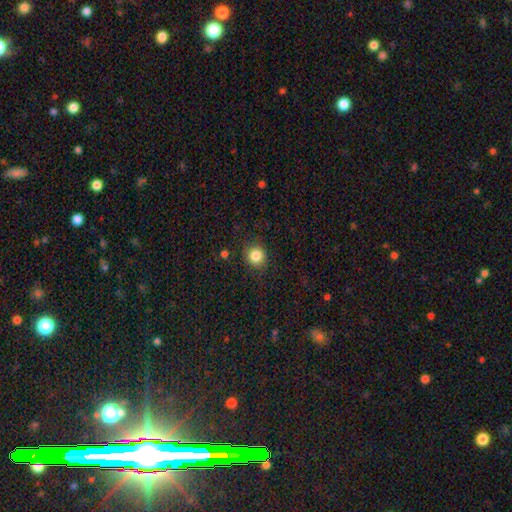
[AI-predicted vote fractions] This appears to be a smooth galaxy with no disk features (84%) that is round (87%). Merging: none (87%).